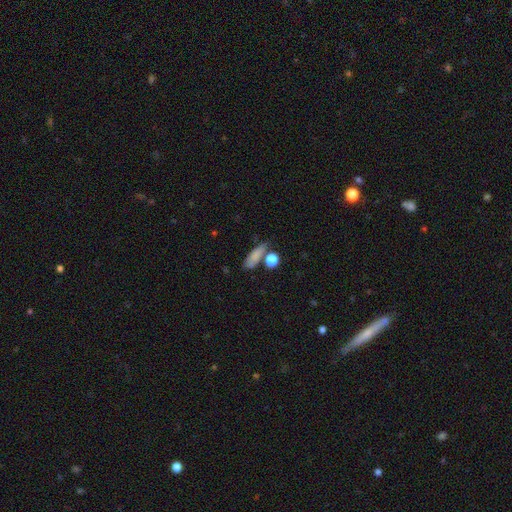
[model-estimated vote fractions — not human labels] smooth_or_featured: smooth (p=0.79) [alt: featured or disk p=0.11]
how_rounded: in between (p=0.55) [alt: cigar-shaped p=0.33]
merging: none (p=0.60) [alt: minor disturbance p=0.18]